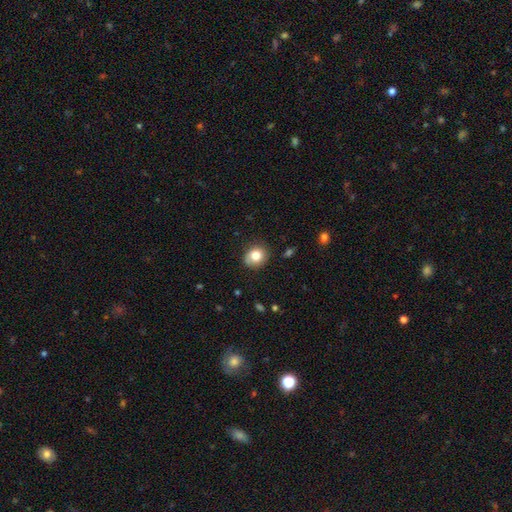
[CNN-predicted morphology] A smooth galaxy with no disk features (80%) that is round (68%).

Vote fractions:
- Smooth or featured? smooth: 80% / featured or disk: 10% / star or artifact: 9%
- How rounded? round: 68% / in between: 31% / cigar-shaped: 1%
- Merging? none: 77% / minor disturbance: 18% / major disturbance: 4% / merger: 2%